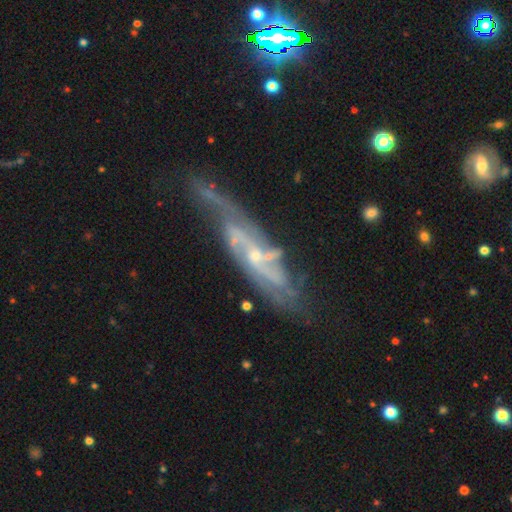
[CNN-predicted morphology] This appears to be a featured or disk galaxy (84%) with no bar (47%), 2 (49%) medium (44%) spiral arms (91%) and a small central bulge (71%). Merging: none (56%).